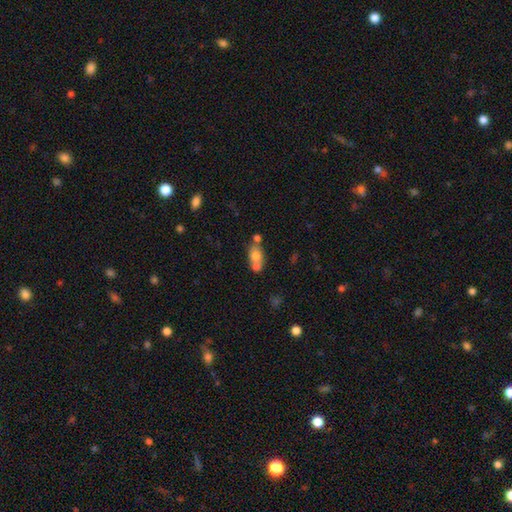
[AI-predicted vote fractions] Smooth or featured? Predicted: smooth (p=0.71). How rounded? Predicted: in between (p=0.68). Merging? Predicted: merger (p=0.50).